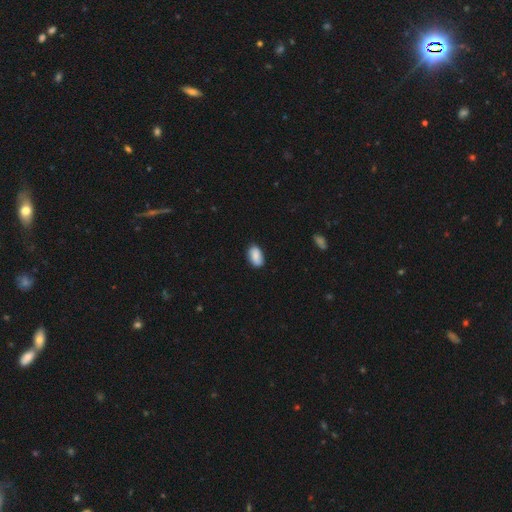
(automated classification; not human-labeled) smooth-or-featured: smooth: 82% | featured or disk: 11% | star or artifact: 7%
  how-rounded: in between: 92% | round: 6% | cigar-shaped: 2%
  merging: none: 81% | minor disturbance: 15% | major disturbance: 2% | merger: 1%